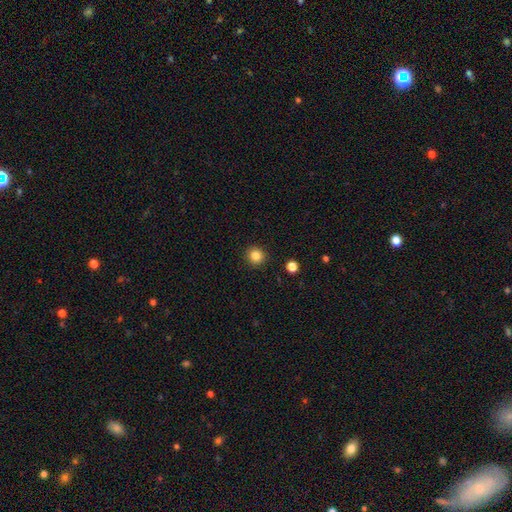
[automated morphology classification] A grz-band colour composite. It shows a smooth galaxy with no disk features (84%) that is round (93%). Merging: none (92%).